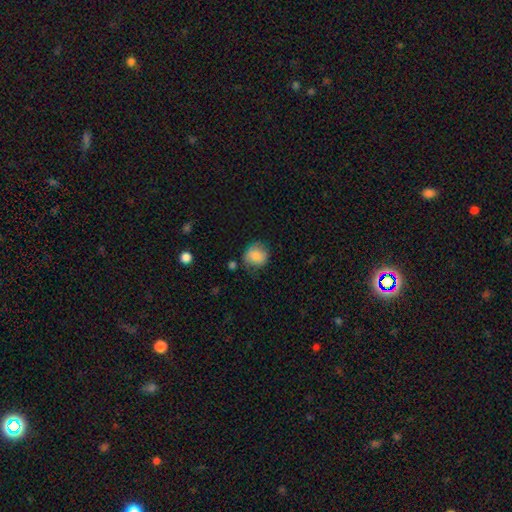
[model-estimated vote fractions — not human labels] Smooth or featured? smooth (81%)
How rounded? round (78%)
Merging? none (65%)